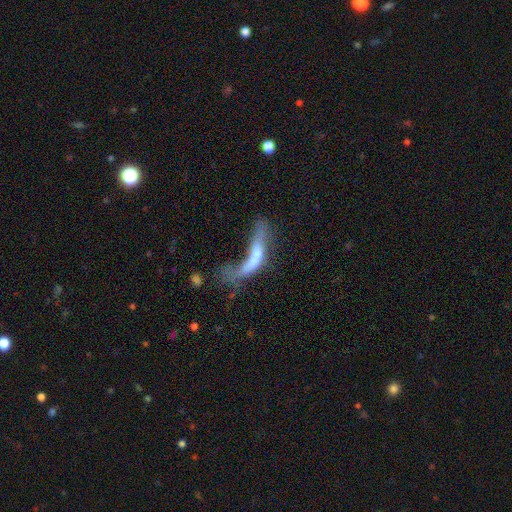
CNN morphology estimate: Smooth or featured: featured or disk — 48% (smooth — 43%)
Merging: major disturbance — 45% (merger — 27%)